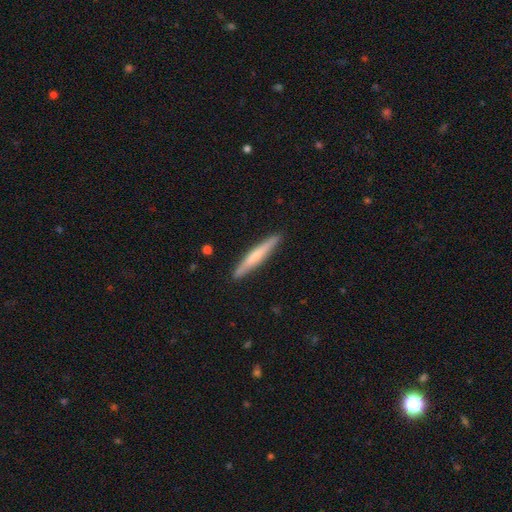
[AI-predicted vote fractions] Smooth or featured?
  - smooth: 55% *
  - featured or disk: 39%
  - star or artifact: 5%
How rounded?
  - cigar-shaped: 95% *
  - in between: 4%
  - round: 1%
Merging?
  - none: 90% *
  - minor disturbance: 7%
  - major disturbance: 1%
  - merger: 1%